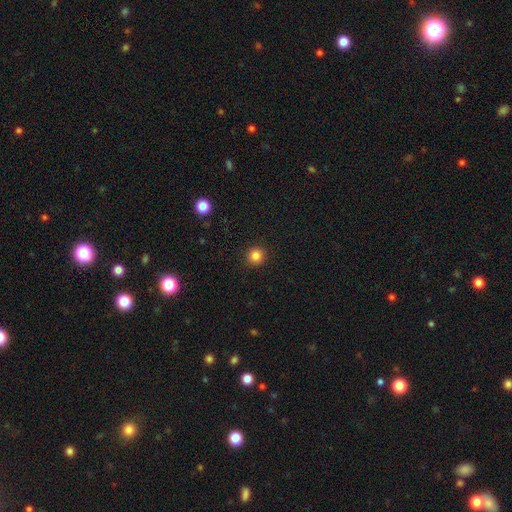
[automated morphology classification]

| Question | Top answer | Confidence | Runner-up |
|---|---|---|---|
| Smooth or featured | smooth | 85% | star or artifact (11%) |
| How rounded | round | 94% | in between (5%) |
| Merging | none | 92% | minor disturbance (5%) |